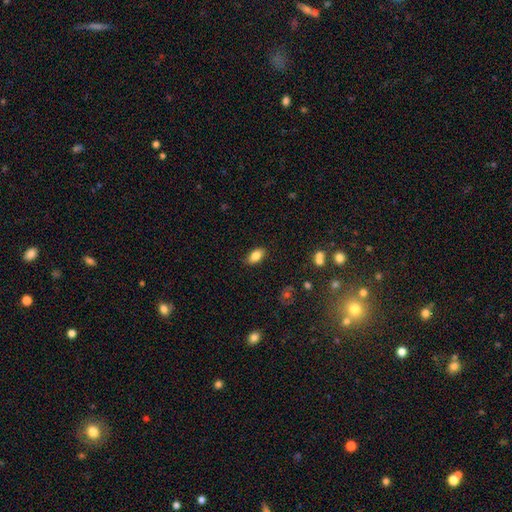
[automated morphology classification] Q: Smooth or featured?
A: smooth (84%); runner-up: star or artifact (8%)
Q: How rounded?
A: in between (91%); runner-up: round (5%)
Q: Merging?
A: none (85%); runner-up: minor disturbance (11%)